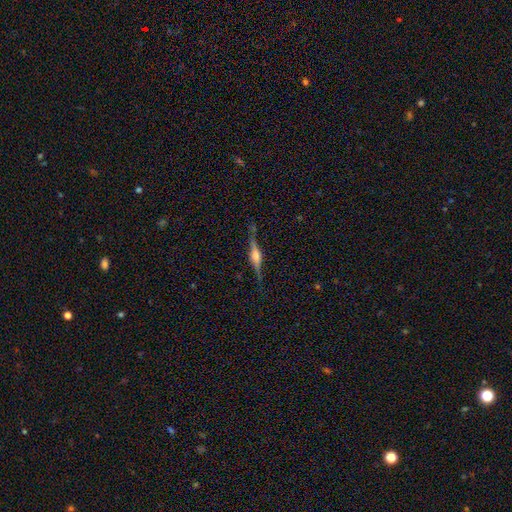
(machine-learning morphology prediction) featured or disk 82%, smooth 11%, star or artifact 7%. Down the decision tree: edge-on disk — yes (98%); edge-on bulge — rounded (86%); merging — none (86%).